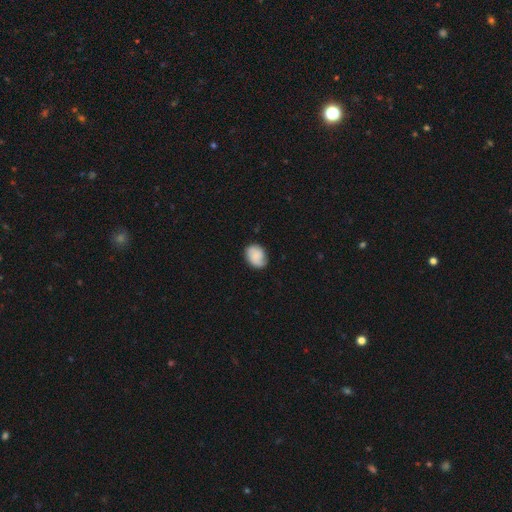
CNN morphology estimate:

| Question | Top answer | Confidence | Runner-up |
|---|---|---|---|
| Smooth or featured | smooth | 65% | featured or disk (27%) |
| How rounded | in between | 67% | round (32%) |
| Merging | none | 73% | minor disturbance (21%) |